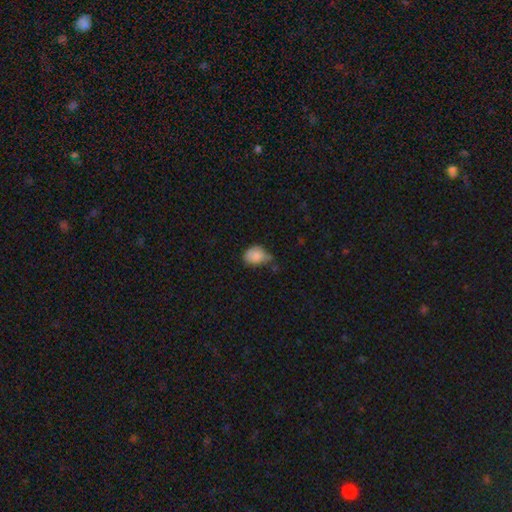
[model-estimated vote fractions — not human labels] The model was most divided on "merging": minor disturbance: 42%, none: 40%, major disturbance: 10%, merger: 7%. More confident: smooth or featured — smooth (84%); how rounded — in between (62%).